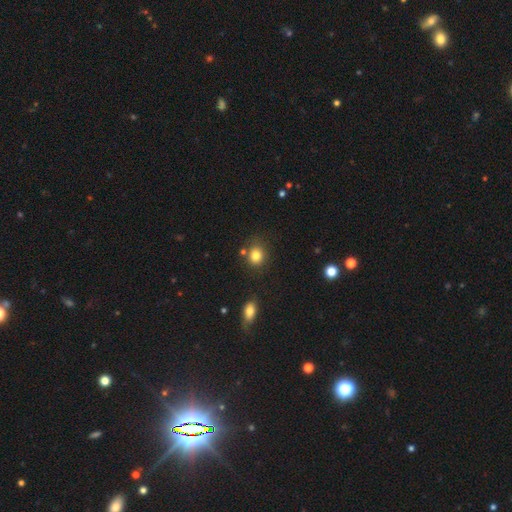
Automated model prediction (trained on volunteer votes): Q: Smooth or featured?
A: smooth (82%); runner-up: star or artifact (11%)
Q: How rounded?
A: round (76%); runner-up: in between (23%)
Q: Merging?
A: none (76%); runner-up: minor disturbance (12%)